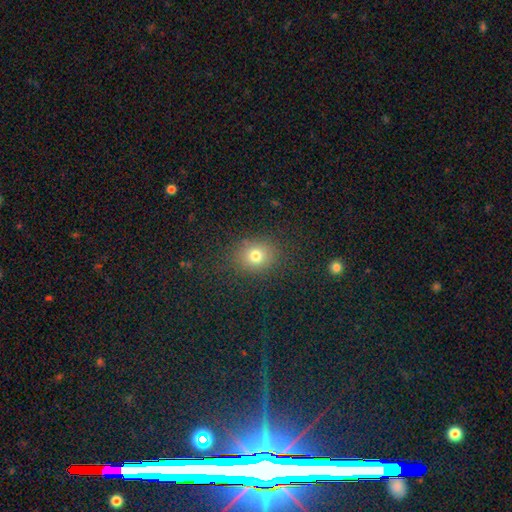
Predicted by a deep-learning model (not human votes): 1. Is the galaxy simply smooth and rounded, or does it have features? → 76% smooth, 16% star or artifact, 8% featured or disk.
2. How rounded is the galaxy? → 63% round, 35% in between, 1% cigar-shaped.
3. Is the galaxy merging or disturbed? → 84% none, 10% minor disturbance, 4% major disturbance, 1% merger.